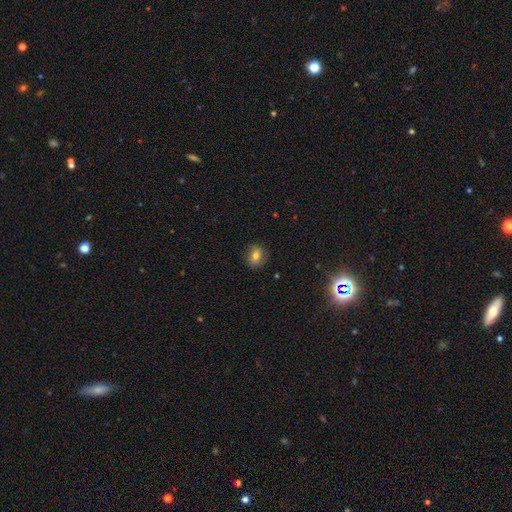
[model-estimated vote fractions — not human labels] The model was most divided on "how rounded": round: 67%, in between: 32%, cigar-shaped: 1%. More confident: merging — none (85%); smooth or featured — smooth (72%).